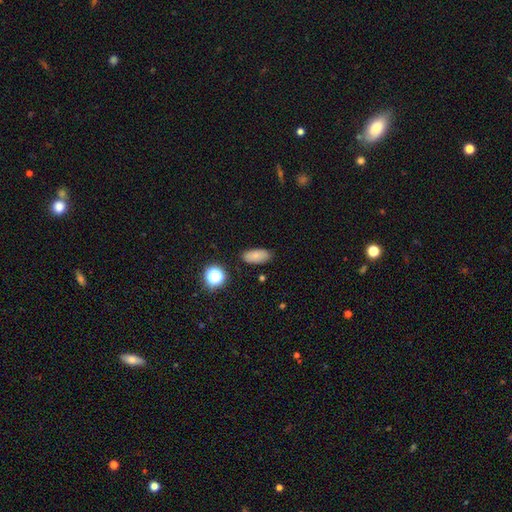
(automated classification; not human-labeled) Smooth or featured: smooth — 79% (star or artifact — 11%)
How rounded: in between — 87% (cigar-shaped — 8%)
Merging: none — 85% (minor disturbance — 11%)